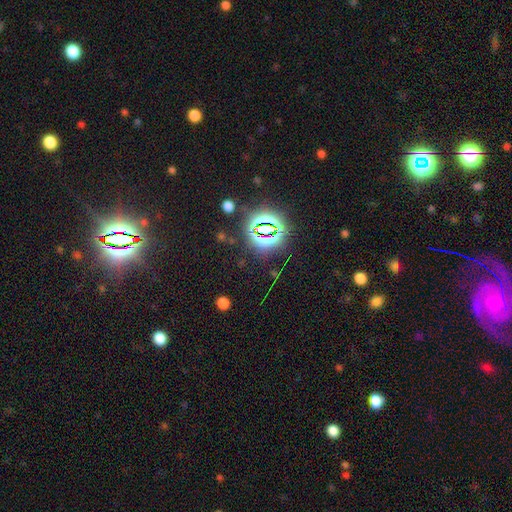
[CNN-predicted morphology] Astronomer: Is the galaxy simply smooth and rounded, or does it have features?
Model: star or artifact — 82%.